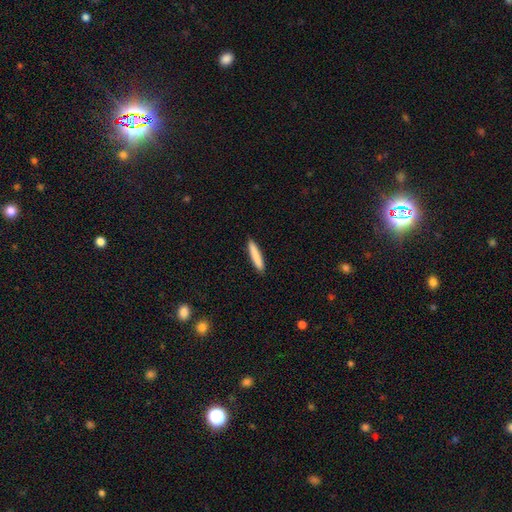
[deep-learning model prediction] Smooth or featured: smooth — 84% (featured or disk — 10%)
How rounded: cigar-shaped — 92% (in between — 7%)
Merging: none — 91% (minor disturbance — 7%)